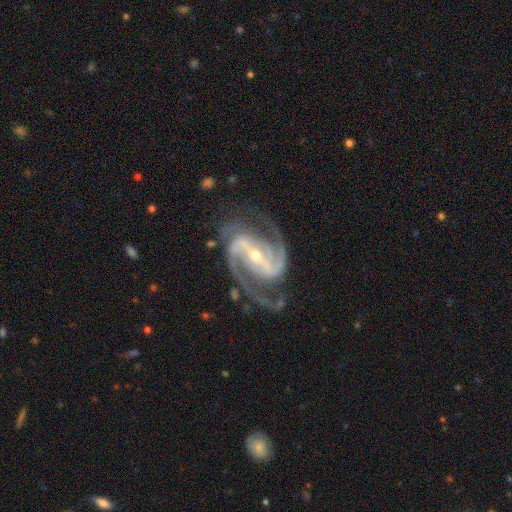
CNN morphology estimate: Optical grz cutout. It shows a featured or disk galaxy (94%) with a strong bar (68%), 2 (82%) medium (60%) spiral arms (99%) and a small central bulge (60%). Merging: none (74%).